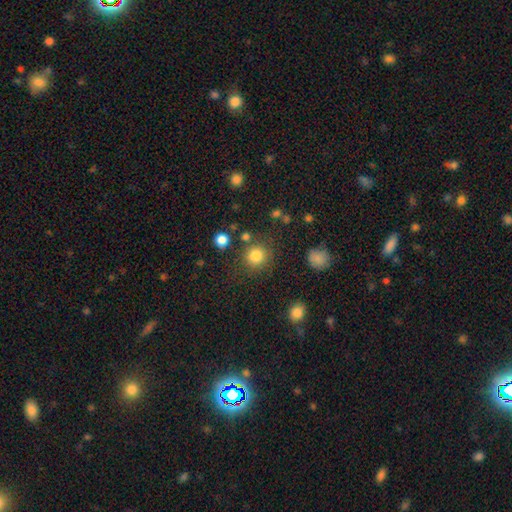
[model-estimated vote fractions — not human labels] Q: Smooth or featured?
A: smooth (83%); runner-up: star or artifact (12%)
Q: How rounded?
A: round (90%); runner-up: in between (9%)
Q: Merging?
A: none (80%); runner-up: minor disturbance (10%)